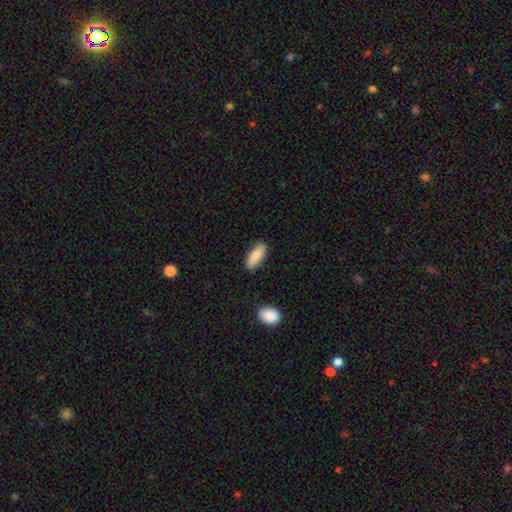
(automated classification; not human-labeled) Q: Smooth or featured?
A: smooth (87%); runner-up: featured or disk (7%)
Q: How rounded?
A: in between (69%); runner-up: cigar-shaped (29%)
Q: Merging?
A: none (84%); runner-up: minor disturbance (11%)